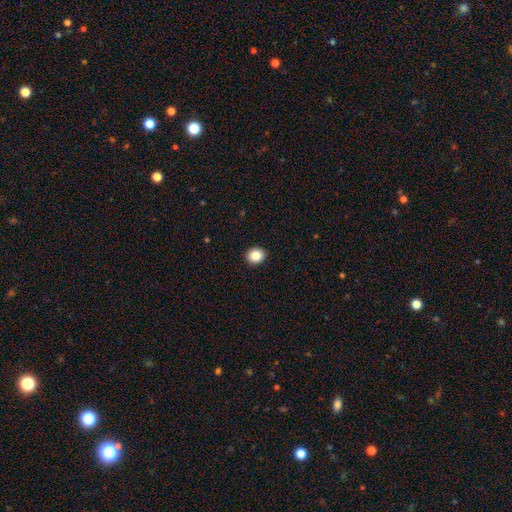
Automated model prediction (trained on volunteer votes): smooth_or_featured: smooth (p=0.85) [alt: star or artifact p=0.10]
how_rounded: round (p=0.76) [alt: in between p=0.23]
merging: none (p=0.93) [alt: minor disturbance p=0.05]